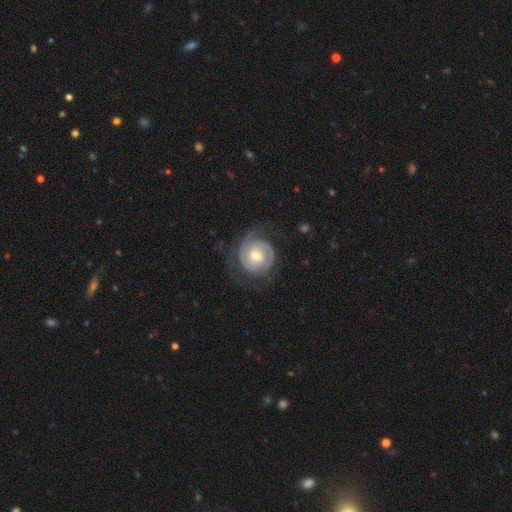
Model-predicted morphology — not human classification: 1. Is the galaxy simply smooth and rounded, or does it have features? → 83% featured or disk, 12% smooth, 4% star or artifact.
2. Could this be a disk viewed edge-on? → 98% no, 2% yes.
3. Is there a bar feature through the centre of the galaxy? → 60% no, 33% weak, 7% strong.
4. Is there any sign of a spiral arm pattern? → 95% yes, 5% no.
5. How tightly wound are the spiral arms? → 66% tight, 25% medium, 9% loose.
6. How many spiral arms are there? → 65% 2, 14% can't tell, 8% 3, 7% 1, 3% 4, 2% more than 4.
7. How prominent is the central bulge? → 60% moderate, 34% small, 4% large, 1% none, 1% dominant.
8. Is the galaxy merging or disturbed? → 69% none, 17% minor disturbance, 13% major disturbance, 1% merger.